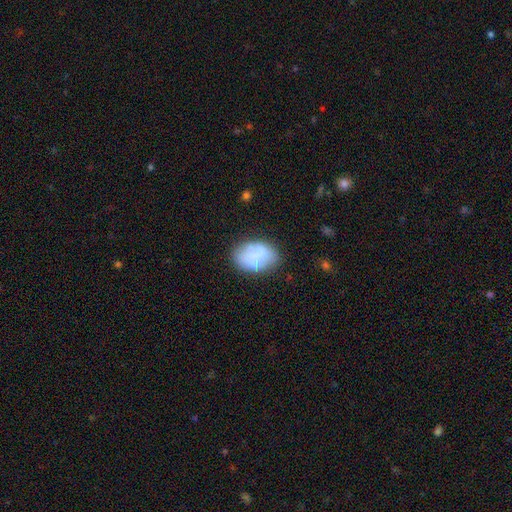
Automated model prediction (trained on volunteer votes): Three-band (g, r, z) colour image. It shows a smooth galaxy with no disk features (67%) that is in between round and cigar-shaped (83%). Merging: none (58%).